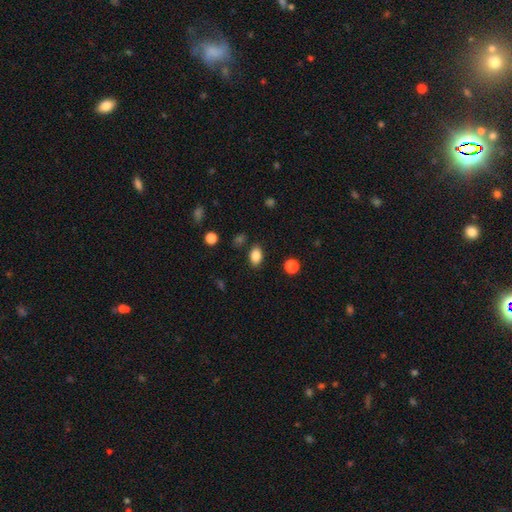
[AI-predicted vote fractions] A smooth galaxy with no disk features (85%) that is in between round and cigar-shaped (85%). Merging: none (84%).